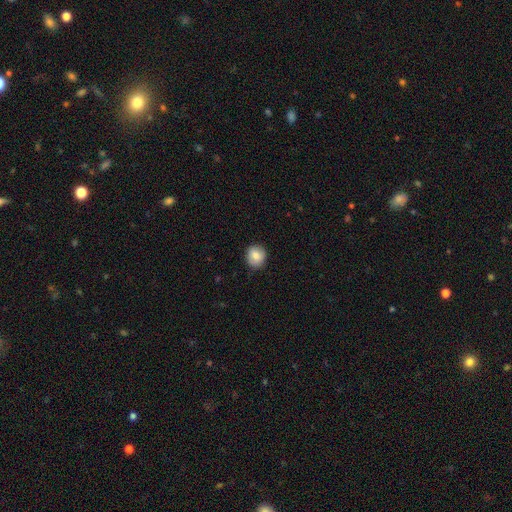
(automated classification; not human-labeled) smooth_or_featured: smooth (p=0.83) [alt: featured or disk p=0.09]
how_rounded: round (p=0.85) [alt: in between p=0.14]
merging: none (p=0.87) [alt: minor disturbance p=0.10]